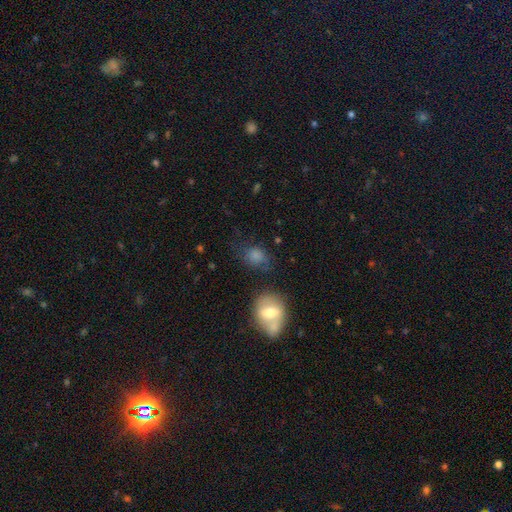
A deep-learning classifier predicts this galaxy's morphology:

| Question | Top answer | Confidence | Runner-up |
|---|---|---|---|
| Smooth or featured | smooth | 76% | featured or disk (13%) |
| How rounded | round | 52% | in between (47%) |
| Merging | none | 57% | minor disturbance (24%) |